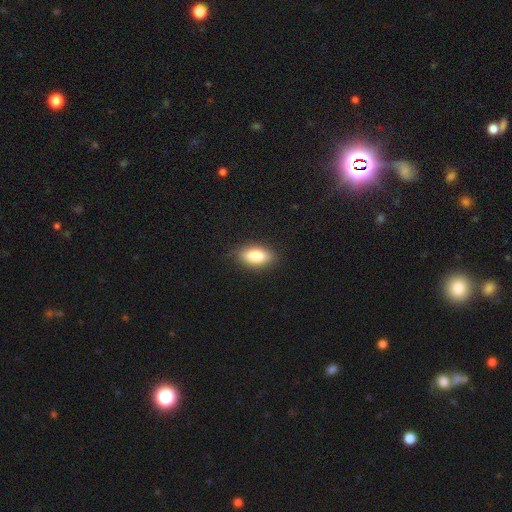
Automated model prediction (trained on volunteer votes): The model was most divided on "smooth or featured": smooth: 82%, featured or disk: 11%, star or artifact: 7%. More confident: how rounded — in between (86%); merging — none (86%).